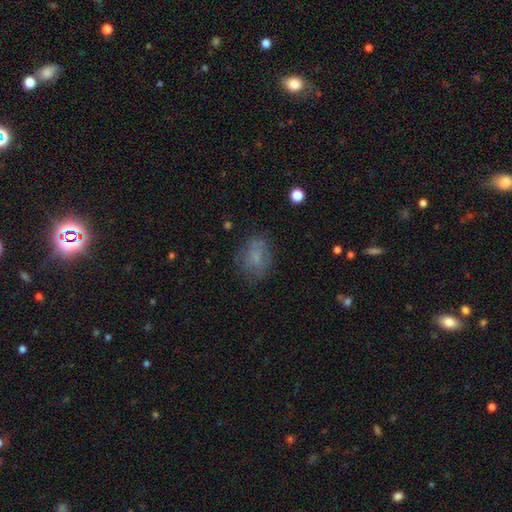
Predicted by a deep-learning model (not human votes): Smooth or featured: smooth — 68% (featured or disk — 19%)
How rounded: in between — 60% (round — 39%)
Merging: none — 68% (minor disturbance — 20%)